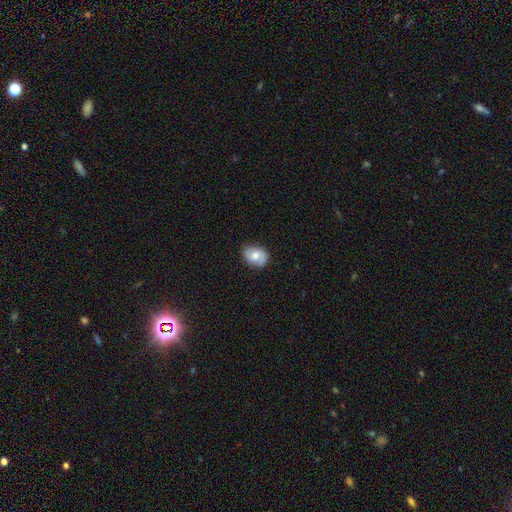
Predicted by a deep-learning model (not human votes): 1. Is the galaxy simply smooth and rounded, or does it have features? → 65% smooth, 27% featured or disk, 8% star or artifact.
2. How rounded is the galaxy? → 70% in between, 29% round, 1% cigar-shaped.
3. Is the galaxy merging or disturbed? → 78% none, 17% minor disturbance, 3% major disturbance, 1% merger.